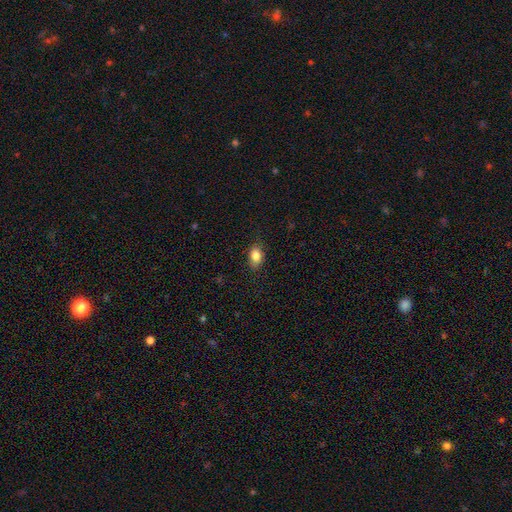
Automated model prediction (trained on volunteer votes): The model was most divided on "how rounded": in between: 81%, round: 17%, cigar-shaped: 2%. More confident: smooth or featured — smooth (84%); merging — none (81%).